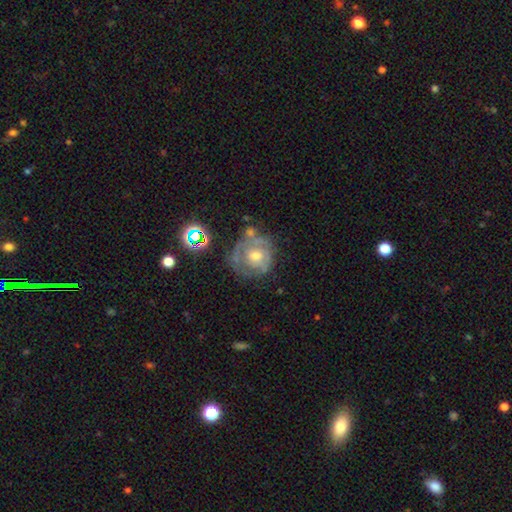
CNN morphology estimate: The model was most divided on "merging": none: 53%, minor disturbance: 24%, major disturbance: 15%, merger: 9%. More confident: edge-on disk — no (97%); bar — no (78%); bulge size — moderate (67%); spiral arms — yes (67%); smooth or featured — featured or disk (66%).